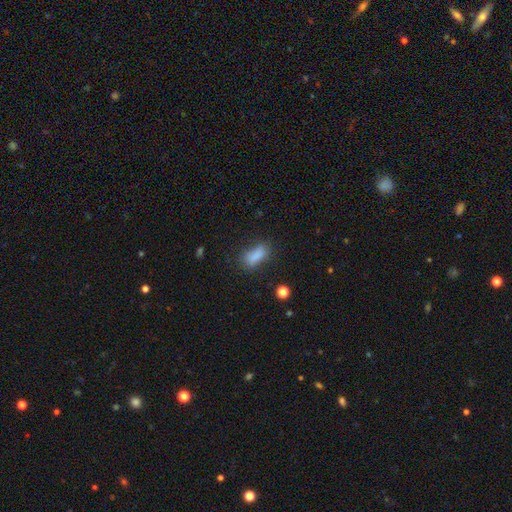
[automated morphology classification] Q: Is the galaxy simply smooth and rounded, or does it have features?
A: smooth — 82%.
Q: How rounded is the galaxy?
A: in between — 76%.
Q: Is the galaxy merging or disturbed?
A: none — 63%.